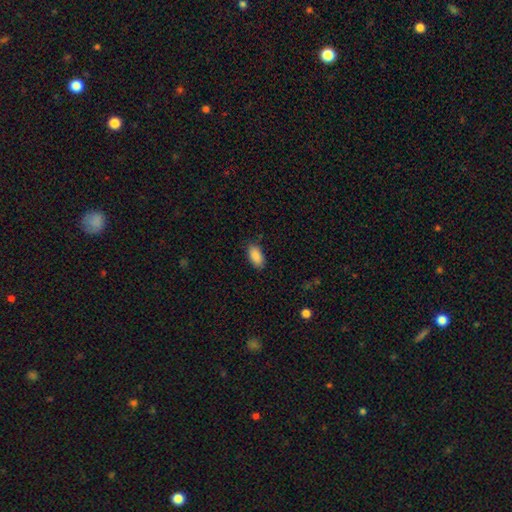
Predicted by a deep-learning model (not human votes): Overall: smooth (90%). How rounded: in between (93%). Merging: none (85%).